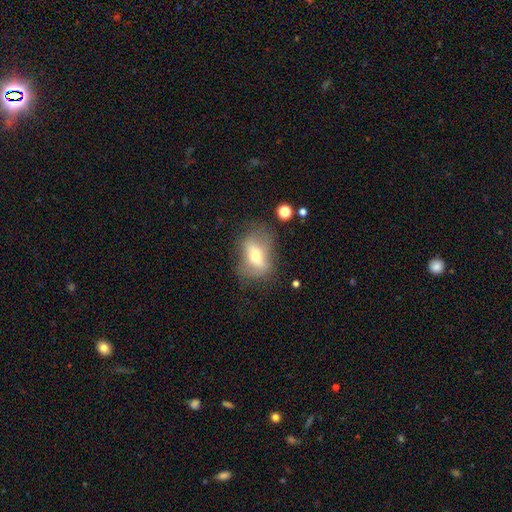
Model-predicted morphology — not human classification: Smooth or featured? Predicted: smooth (p=0.48). Merging? Predicted: none (p=0.56).